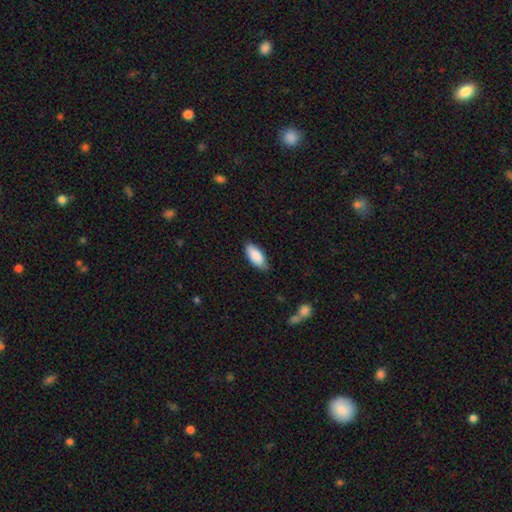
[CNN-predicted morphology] Smooth or featured? Predicted: smooth (p=0.88). How rounded? Predicted: in between (p=0.88). Merging? Predicted: none (p=0.81).